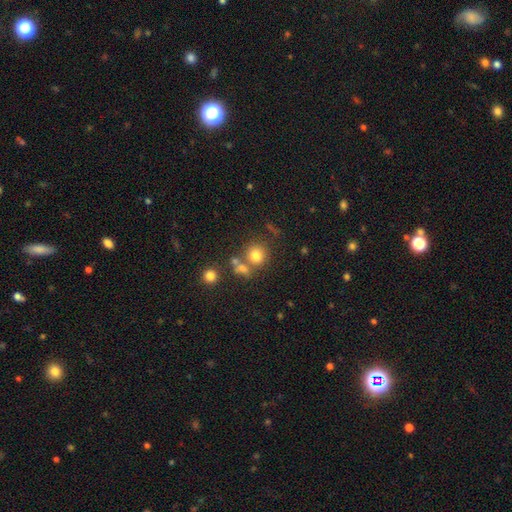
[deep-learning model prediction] The model was most divided on "merging": none: 62%, merger: 23%, minor disturbance: 10%, major disturbance: 5%. More confident: how rounded — round (85%); smooth or featured — smooth (77%).